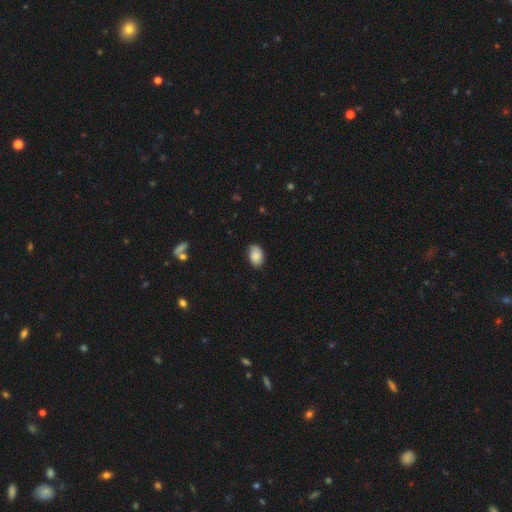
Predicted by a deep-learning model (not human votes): Morphology: type=smooth (80%); roundness=in between (87%); merging=none (75%).